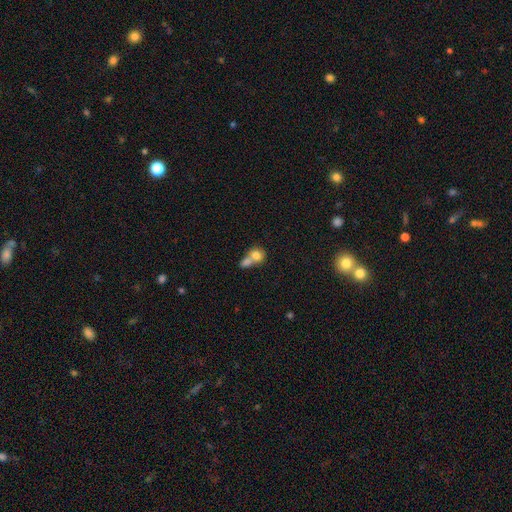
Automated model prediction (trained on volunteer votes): Morphology: type=smooth (75%); roundness=round (69%); merging=merger (66%).